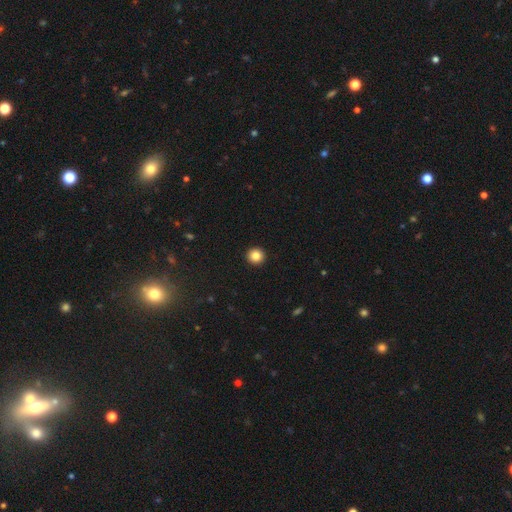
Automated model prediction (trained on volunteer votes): This is clearly a smooth galaxy (85%). How rounded: clearly round (95%). Merging: clearly none (94%).